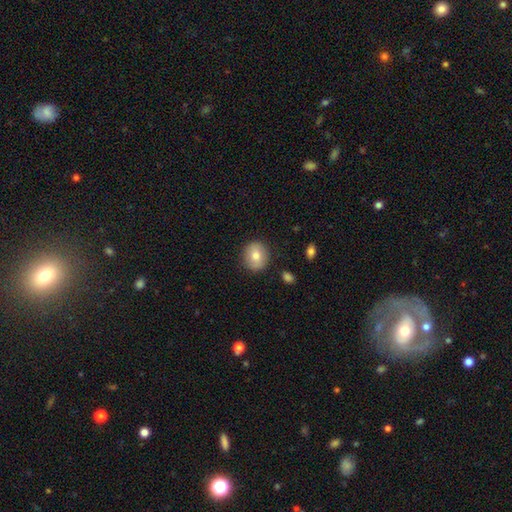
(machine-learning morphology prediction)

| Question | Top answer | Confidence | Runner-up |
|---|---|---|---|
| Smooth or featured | smooth | 75% | featured or disk (17%) |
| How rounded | round | 80% | in between (19%) |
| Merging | none | 87% | minor disturbance (9%) |